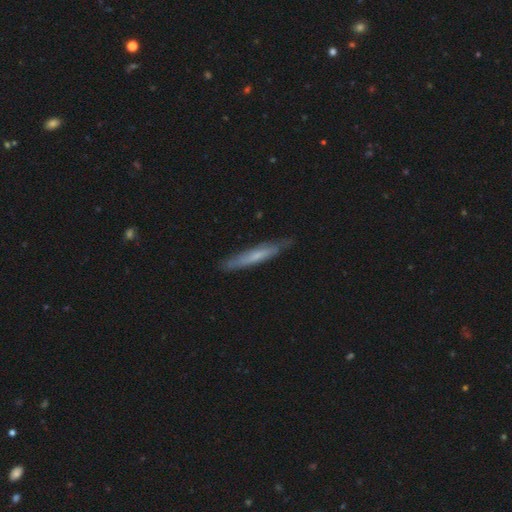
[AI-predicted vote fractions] Q: Smooth or featured?
A: smooth (52%); runner-up: featured or disk (42%)
Q: How rounded?
A: cigar-shaped (92%); runner-up: in between (6%)
Q: Merging?
A: none (80%); runner-up: minor disturbance (16%)